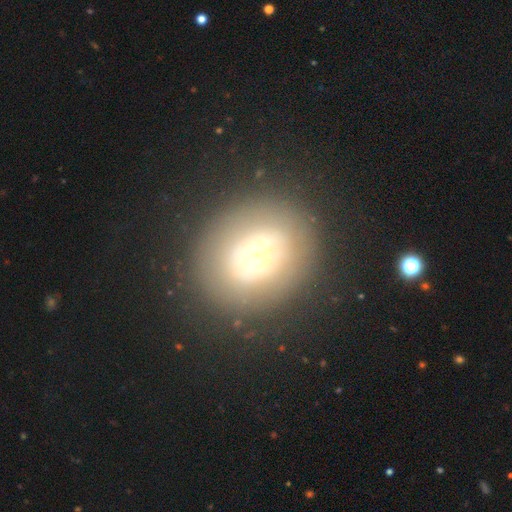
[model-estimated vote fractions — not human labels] Smooth or featured: smooth — 45% (featured or disk — 44%)
Merging: none — 77% (minor disturbance — 14%)